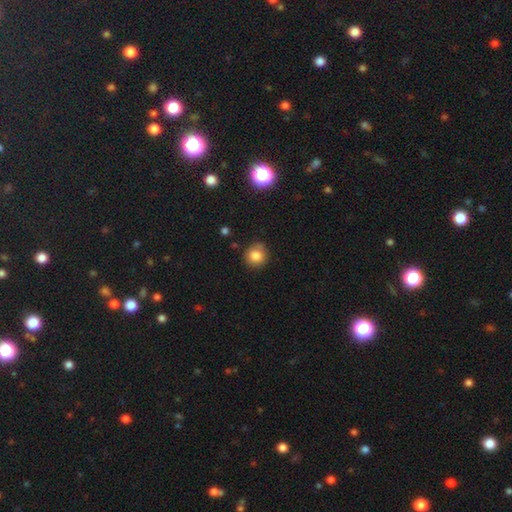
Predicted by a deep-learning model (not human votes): smooth-or-featured: smooth: 83% | star or artifact: 11% | featured or disk: 6%
  how-rounded: round: 86% | in between: 13% | cigar-shaped: 1%
  merging: none: 76% | minor disturbance: 17% | major disturbance: 3% | merger: 3%